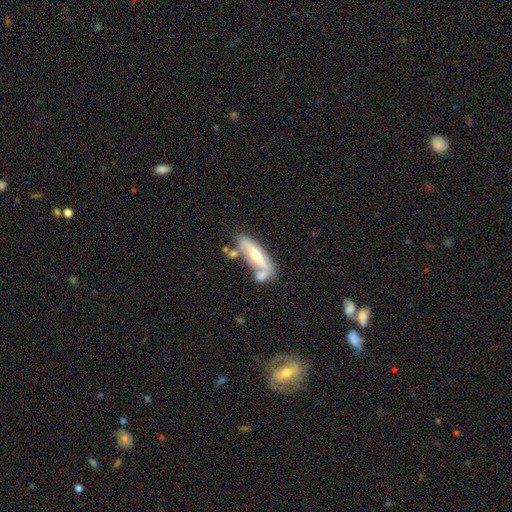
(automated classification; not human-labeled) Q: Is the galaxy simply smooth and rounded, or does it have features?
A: featured or disk — 53%.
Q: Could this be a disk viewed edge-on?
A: yes — 52%.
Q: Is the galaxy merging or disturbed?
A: none — 47%.